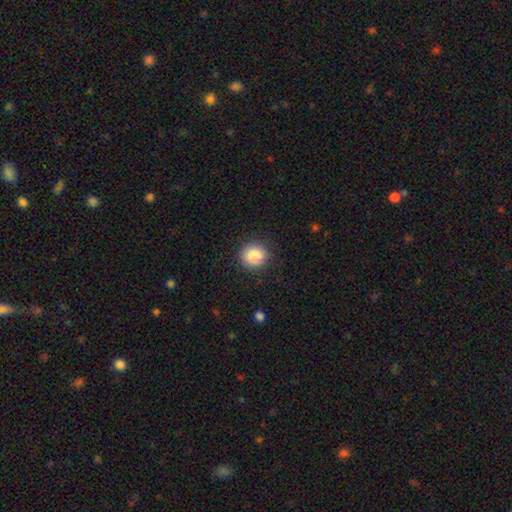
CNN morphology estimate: smooth_or_featured: smooth (p=0.85) [alt: star or artifact p=0.09]
how_rounded: round (p=0.87) [alt: in between p=0.12]
merging: none (p=0.88) [alt: minor disturbance p=0.08]